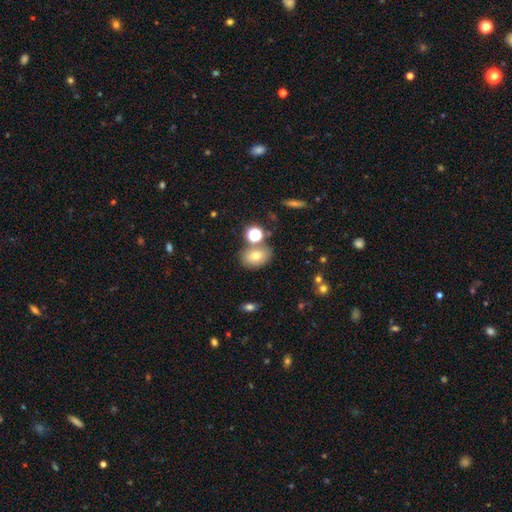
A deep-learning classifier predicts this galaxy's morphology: This is likely a smooth galaxy (65%). How rounded: likely in between (65%). Merging: likely none (70%).